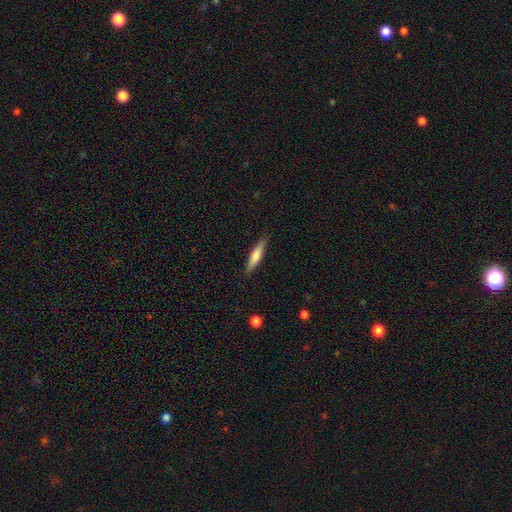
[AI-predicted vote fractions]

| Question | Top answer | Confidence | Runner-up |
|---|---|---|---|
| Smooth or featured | smooth | 66% | featured or disk (28%) |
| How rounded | cigar-shaped | 84% | in between (14%) |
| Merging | none | 85% | minor disturbance (11%) |